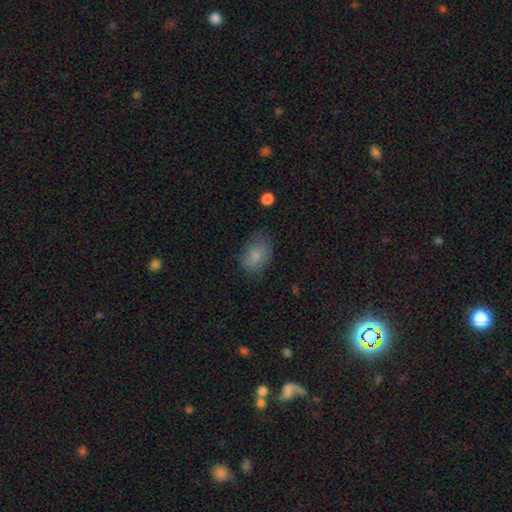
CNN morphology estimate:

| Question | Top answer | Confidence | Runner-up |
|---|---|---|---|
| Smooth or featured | smooth | 80% | featured or disk (11%) |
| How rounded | in between | 79% | round (20%) |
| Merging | none | 62% | minor disturbance (27%) |